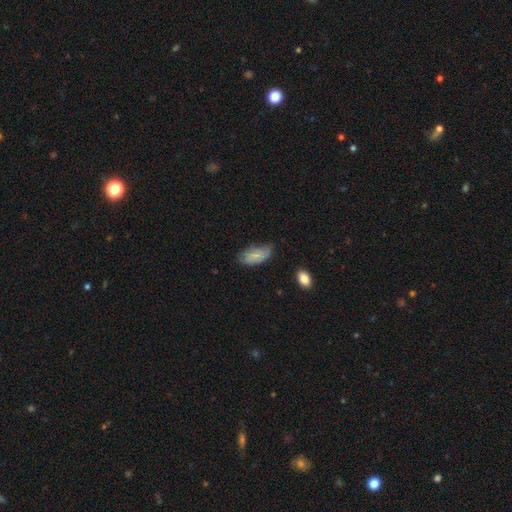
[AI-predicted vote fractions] The model was most divided on "merging": none: 53%, minor disturbance: 36%, major disturbance: 9%, merger: 2%. More confident: how rounded — in between (92%); smooth or featured — smooth (71%).